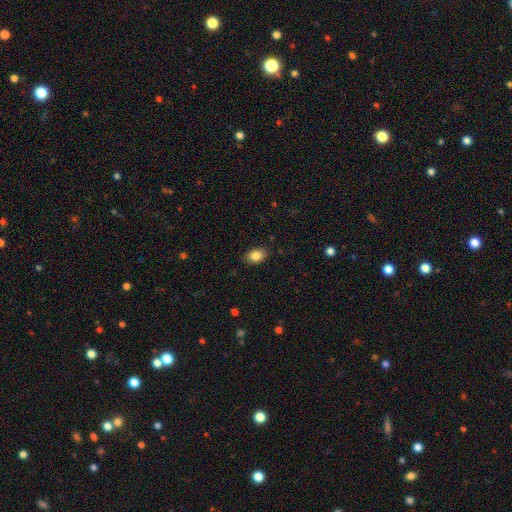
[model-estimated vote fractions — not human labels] This appears to be a smooth galaxy with no disk features (85%) that is in between round and cigar-shaped (78%). Merging: none (85%).